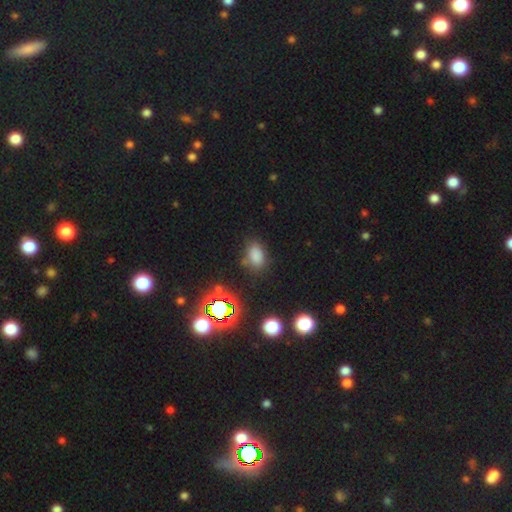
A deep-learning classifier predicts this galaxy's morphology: smooth_or_featured: smooth (p=0.72) [alt: star or artifact p=0.21]
how_rounded: in between (p=0.83) [alt: round p=0.15]
merging: none (p=0.73) [alt: minor disturbance p=0.18]